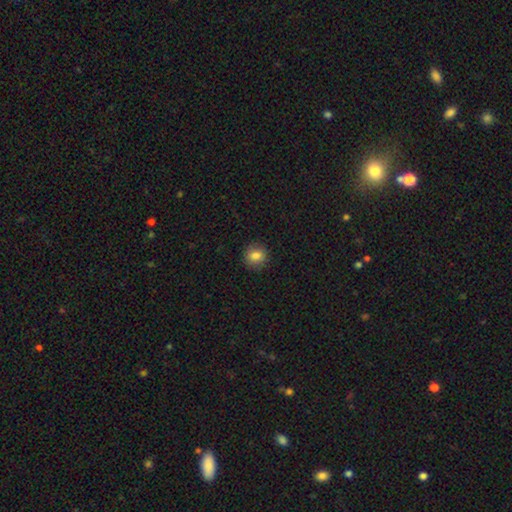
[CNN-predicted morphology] Smooth or featured: smooth — 83% (star or artifact — 10%)
How rounded: round — 88% (in between — 11%)
Merging: none — 89% (minor disturbance — 8%)